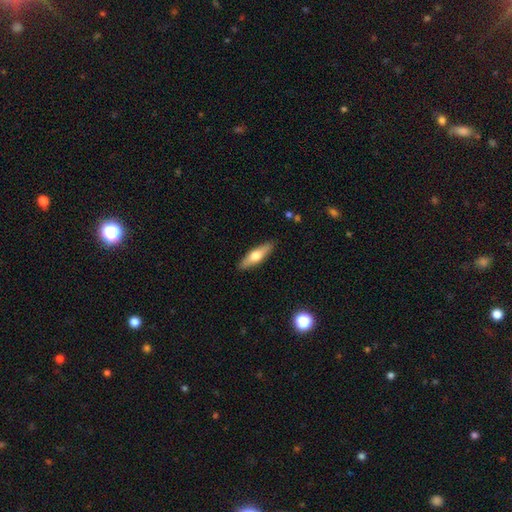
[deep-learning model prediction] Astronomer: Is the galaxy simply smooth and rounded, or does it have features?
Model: smooth — 54% (runner-up: featured or disk, 40%).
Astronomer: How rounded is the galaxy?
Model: cigar-shaped — 60% (runner-up: in between, 37%).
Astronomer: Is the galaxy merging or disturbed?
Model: none — 90%.